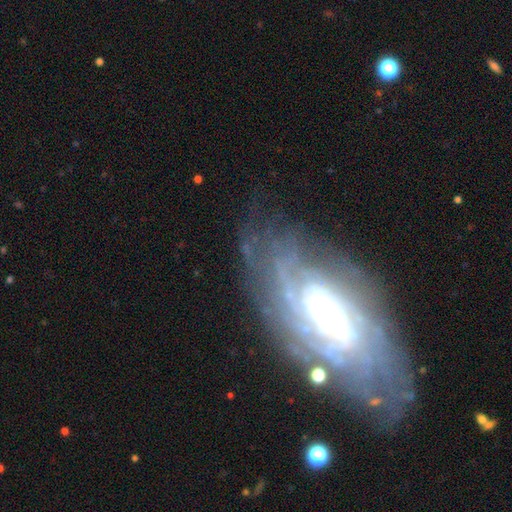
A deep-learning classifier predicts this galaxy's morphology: A featured or disk galaxy (82%) with a weak bar (38%), tight (70%) spiral arms (92%) and a moderate central bulge (43%).

Vote fractions:
- Smooth or featured? featured or disk: 82% / smooth: 10% / star or artifact: 8%
- Edge-on disk? no: 89% / yes: 11%
- Bar? weak: 38% / strong: 37% / no: 24%
- Spiral arms? yes: 92% / no: 8%
- Spiral winding? tight: 70% / medium: 23% / loose: 6%
- Spiral arm count? can't tell: 47% / 2: 14% / 4: 12% / more than 4: 11% / 3: 11% / 1: 5%
- Bulge size? moderate: 43% / small: 31% / large: 18% / none: 6% / dominant: 2%
- Merging? none: 74% / minor disturbance: 17% / major disturbance: 7% / merger: 2%